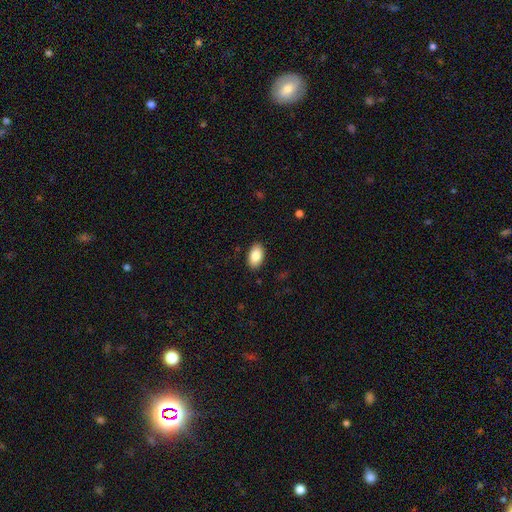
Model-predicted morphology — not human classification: Smooth or featured?
  - smooth: 86% *
  - featured or disk: 7%
  - star or artifact: 7%
How rounded?
  - in between: 93% *
  - round: 6%
  - cigar-shaped: 1%
Merging?
  - none: 89% *
  - minor disturbance: 8%
  - major disturbance: 2%
  - merger: 1%